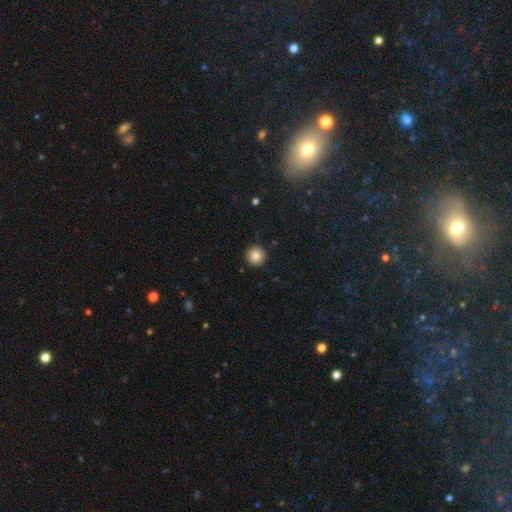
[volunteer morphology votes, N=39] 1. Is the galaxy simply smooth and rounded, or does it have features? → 87% smooth, 8% featured or disk, 5% star or artifact.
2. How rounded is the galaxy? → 97% round, 3% in between, 0% cigar-shaped.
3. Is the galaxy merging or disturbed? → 97% none, 3% minor disturbance, 0% major disturbance, 0% merger.